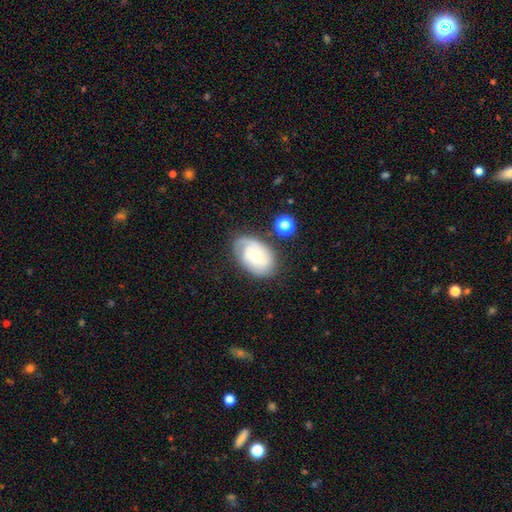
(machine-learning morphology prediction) This appears to be a featured or disk galaxy (65%) with no bar (67%), 2 (38%) tight (53%) spiral arms (89%) and a moderate central bulge (51%). Merging: none (67%).